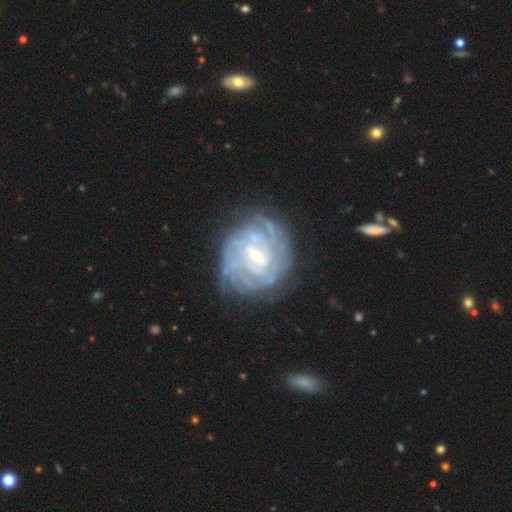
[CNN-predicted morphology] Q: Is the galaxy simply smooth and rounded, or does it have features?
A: featured or disk — 82%.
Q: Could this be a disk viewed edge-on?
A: no — 97%.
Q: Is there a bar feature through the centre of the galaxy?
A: weak — 55%.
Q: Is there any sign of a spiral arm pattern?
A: yes — 89%.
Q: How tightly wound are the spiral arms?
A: tight — 71%.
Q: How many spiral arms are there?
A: can't tell — 51%.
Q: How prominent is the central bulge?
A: small — 48%.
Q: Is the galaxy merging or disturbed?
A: none — 70%.